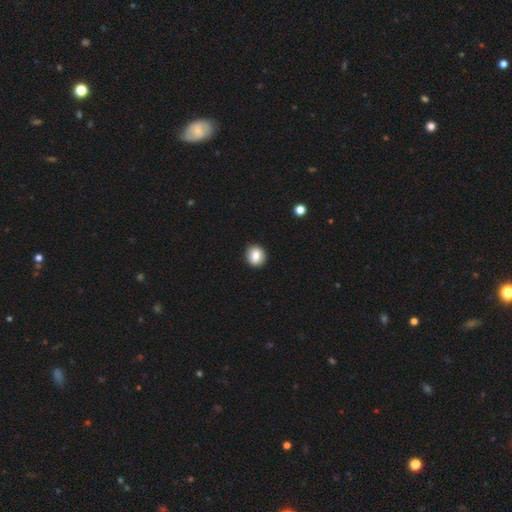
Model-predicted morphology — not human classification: A smooth galaxy with no disk features (81%) that is round (83%).

Vote fractions:
- Smooth or featured? smooth: 81% / featured or disk: 11% / star or artifact: 9%
- How rounded? round: 83% / in between: 16% / cigar-shaped: 1%
- Merging? none: 92% / minor disturbance: 6% / major disturbance: 2% / merger: 1%